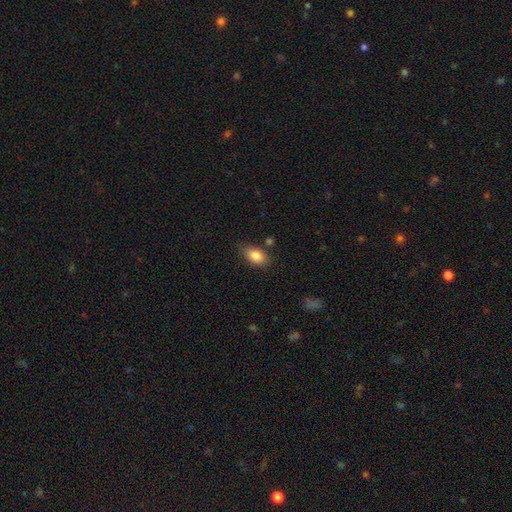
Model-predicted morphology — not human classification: Smooth or featured: smooth — 85% (star or artifact — 8%)
How rounded: in between — 87% (round — 11%)
Merging: none — 77% (minor disturbance — 15%)